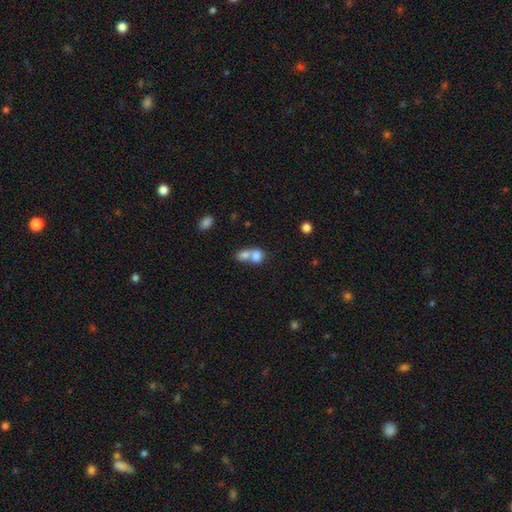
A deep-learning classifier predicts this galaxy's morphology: The model was most divided on "how rounded": in between: 50%, round: 49%, cigar-shaped: 2%. More confident: smooth or featured — smooth (77%); merging — merger (72%).